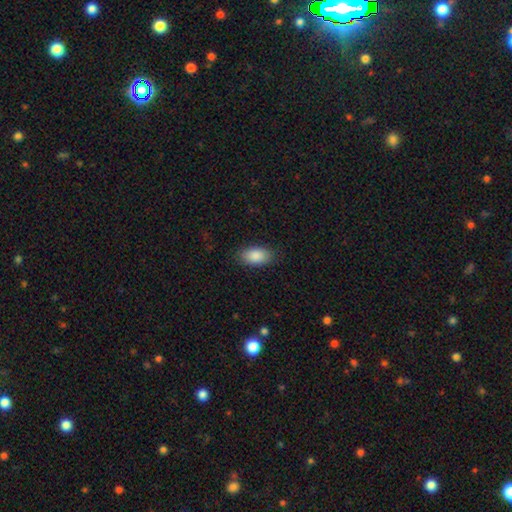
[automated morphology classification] type=smooth (89%); roundness=in between (93%); merging=none (86%).